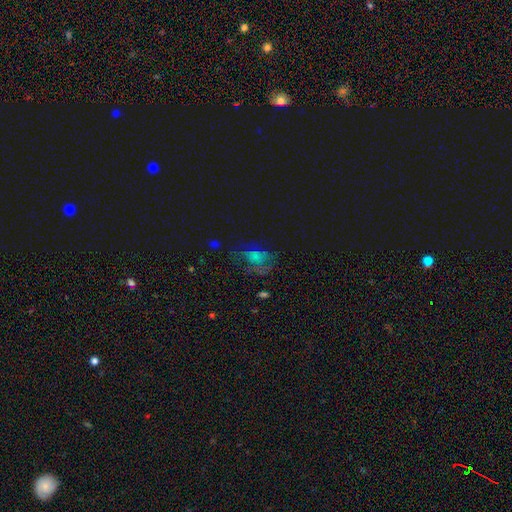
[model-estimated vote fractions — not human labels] The model was most divided on "merging": none: 40%, major disturbance: 35%, minor disturbance: 22%, merger: 3%. Remaining: smooth or featured — smooth (44%).